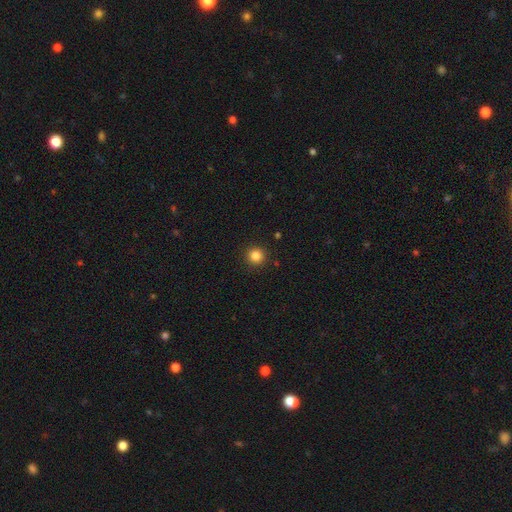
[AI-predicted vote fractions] Morphology: type=smooth (84%); roundness=round (94%); merging=none (92%).